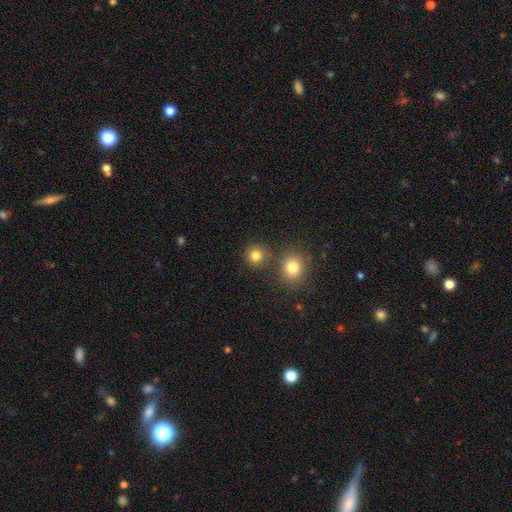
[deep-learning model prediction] smooth 81%, star or artifact 13%, featured or disk 6%. Down the decision tree: how rounded — round (90%); merging — none (78%).